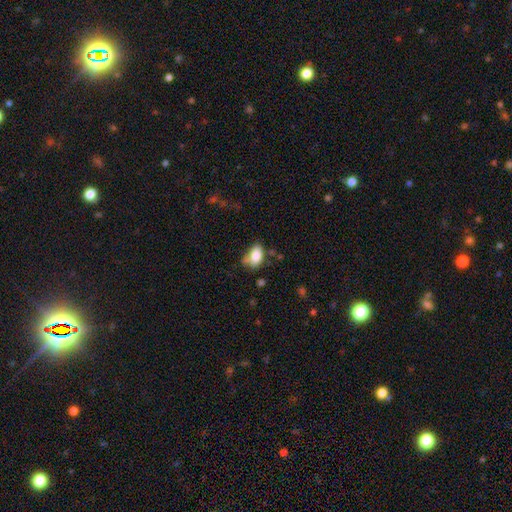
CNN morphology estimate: smooth-or-featured: smooth: 83% | featured or disk: 8% | star or artifact: 8%
  how-rounded: in between: 87% | round: 12% | cigar-shaped: 2%
  merging: none: 53% | minor disturbance: 29% | merger: 9% | major disturbance: 9%